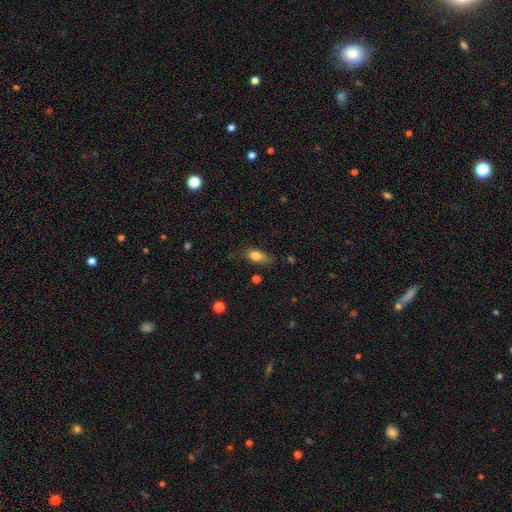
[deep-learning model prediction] This is likely a smooth galaxy (79%). How rounded: clearly in between (80%). Merging: likely none (64%).